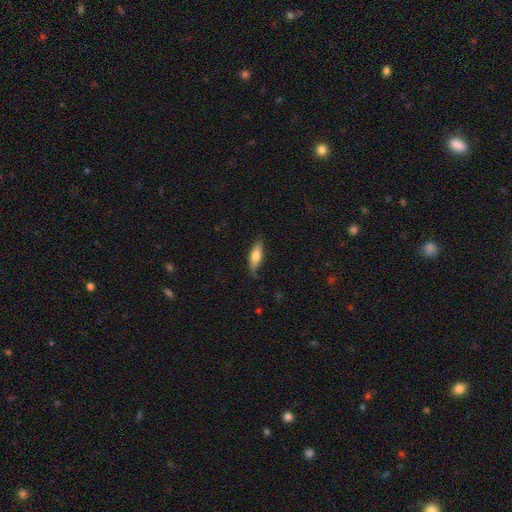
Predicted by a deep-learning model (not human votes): A smooth galaxy with no disk features (66%) that is cigar-shaped (51%). Merging: none (77%).